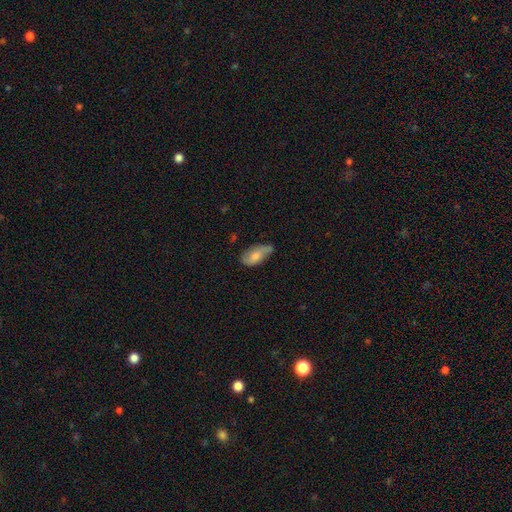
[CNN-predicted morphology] Overall: smooth (70%). How rounded: in between (90%). Merging: none (45%; minor disturbance 39%).